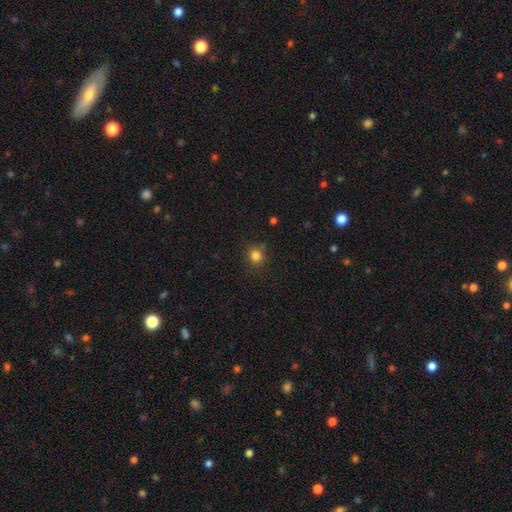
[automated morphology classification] This appears to be a smooth galaxy with no disk features (83%) that is round (89%). Merging: none (84%).